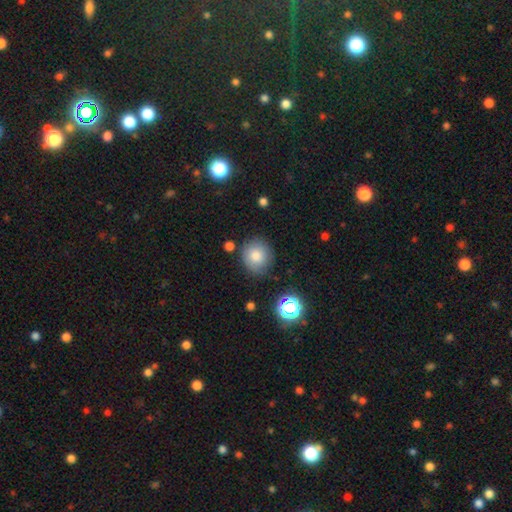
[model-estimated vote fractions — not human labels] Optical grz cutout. It shows a smooth galaxy with no disk features (80%) that is round (88%). Merging: none (81%).